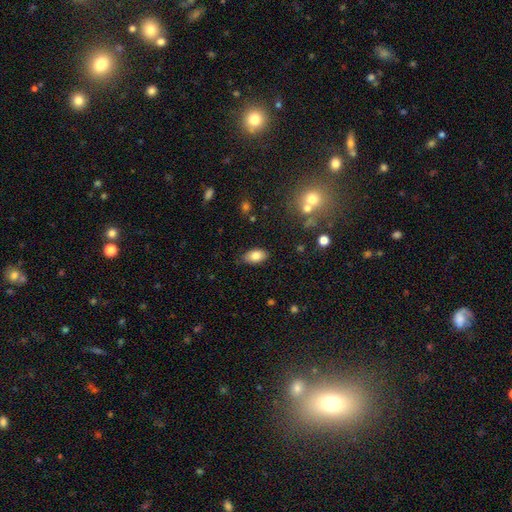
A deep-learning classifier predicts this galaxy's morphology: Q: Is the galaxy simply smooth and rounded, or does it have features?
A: smooth — 80%.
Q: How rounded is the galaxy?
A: in between — 92%.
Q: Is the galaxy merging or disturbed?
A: none — 81%.